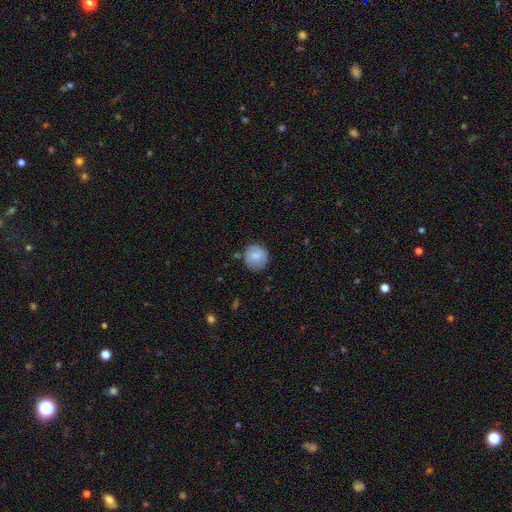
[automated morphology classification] A smooth galaxy with no disk features (78%) that is round (89%).

Vote fractions:
- Smooth or featured? smooth: 78% / featured or disk: 15% / star or artifact: 7%
- How rounded? round: 89% / in between: 10% / cigar-shaped: 1%
- Merging? none: 77% / minor disturbance: 16% / major disturbance: 4% / merger: 3%